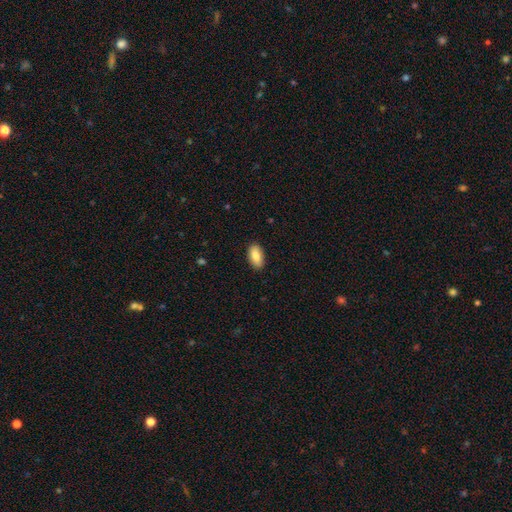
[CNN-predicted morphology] Smooth or featured: smooth — 86% (featured or disk — 8%)
How rounded: in between — 93% (cigar-shaped — 4%)
Merging: none — 87% (minor disturbance — 10%)